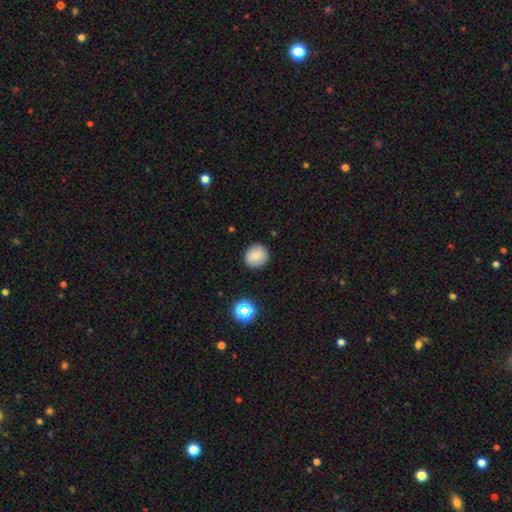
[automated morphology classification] A smooth galaxy with no disk features (80%) that is round (86%).

Vote fractions:
- Smooth or featured? smooth: 80% / star or artifact: 10% / featured or disk: 9%
- How rounded? round: 86% / in between: 13% / cigar-shaped: 1%
- Merging? none: 87% / minor disturbance: 9% / major disturbance: 2% / merger: 1%